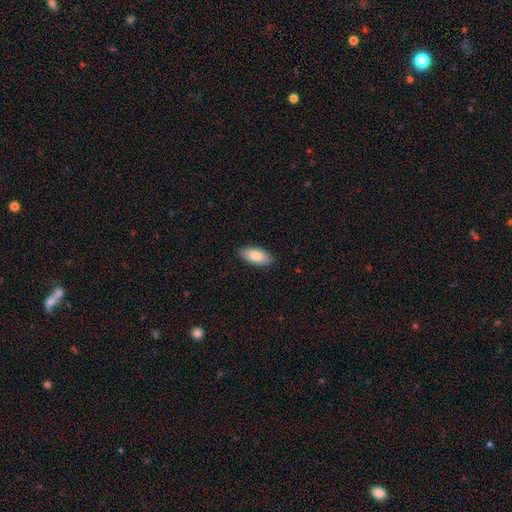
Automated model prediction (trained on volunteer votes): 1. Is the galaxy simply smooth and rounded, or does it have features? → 82% smooth, 12% featured or disk, 6% star or artifact.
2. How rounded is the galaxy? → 89% in between, 8% cigar-shaped, 2% round.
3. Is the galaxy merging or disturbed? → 86% none, 11% minor disturbance, 2% major disturbance, 1% merger.